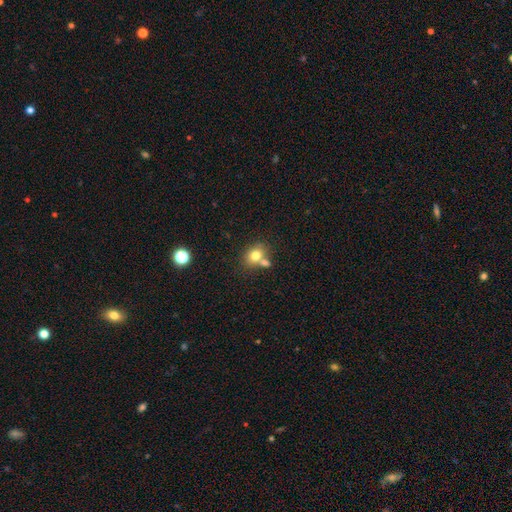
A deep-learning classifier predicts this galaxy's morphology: This appears to be a smooth galaxy with no disk features (77%) that is in between round and cigar-shaped (52%). Merging: none (49%).